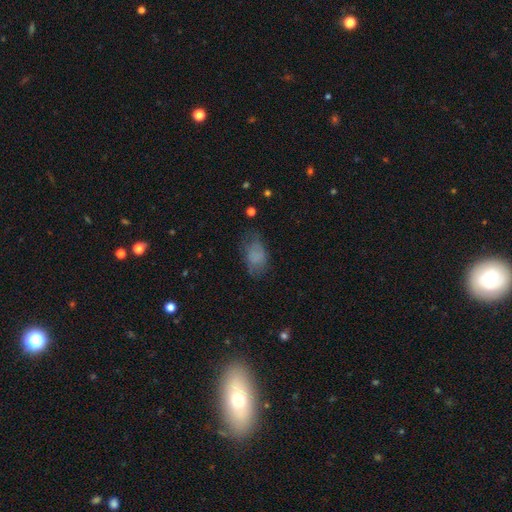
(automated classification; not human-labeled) A smooth galaxy with no disk features (72%) that is in between round and cigar-shaped (88%). Merging: none (57%).